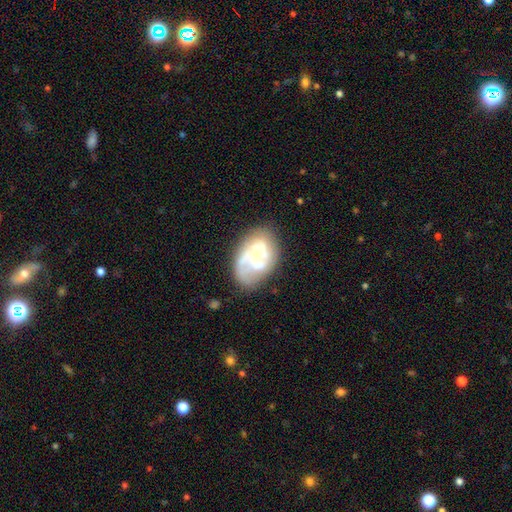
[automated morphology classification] smooth_or_featured: featured or disk (p=0.60) [alt: smooth p=0.32]
disk_edge_on: no (p=0.97) [alt: yes p=0.03]
bar: no (p=0.81) [alt: weak p=0.16]
has_spiral_arms: no (p=0.56) [alt: yes p=0.44]
bulge_size: small (p=0.41) [alt: none p=0.29]
merging: none (p=0.45) [alt: minor disturbance p=0.25]